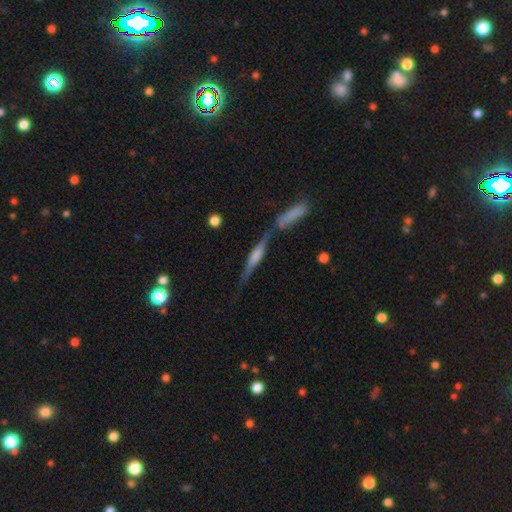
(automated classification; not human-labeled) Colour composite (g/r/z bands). It shows a featured or disk galaxy (70%) viewed edge-on (95%) with a rounded central bulge (56%). Merging: none (64%).